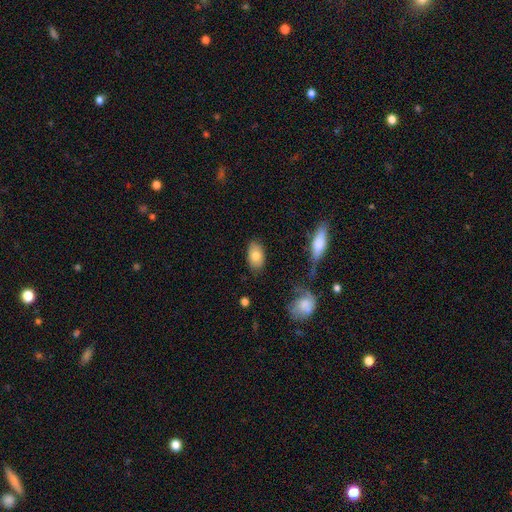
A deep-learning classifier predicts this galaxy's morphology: Q: Smooth or featured?
A: smooth (78%); runner-up: featured or disk (15%)
Q: How rounded?
A: in between (91%); runner-up: round (7%)
Q: Merging?
A: none (82%); runner-up: minor disturbance (13%)